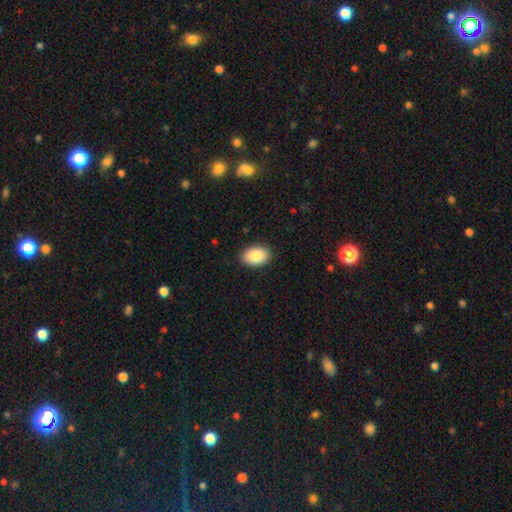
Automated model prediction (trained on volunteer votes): smooth 89%, star or artifact 7%, featured or disk 5%. Down the decision tree: how rounded — in between (87%); merging — none (88%).